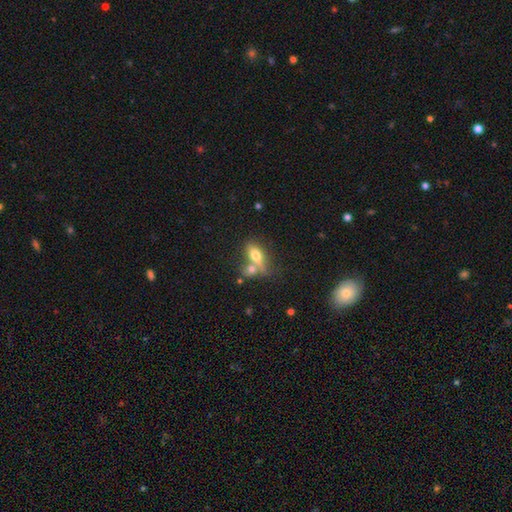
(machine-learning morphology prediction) Smooth or featured?
  - smooth: 65% *
  - featured or disk: 26%
  - star or artifact: 9%
How rounded?
  - in between: 74% *
  - cigar-shaped: 17%
  - round: 8%
Merging?
  - merger: 46% *
  - none: 36%
  - minor disturbance: 11%
  - major disturbance: 6%